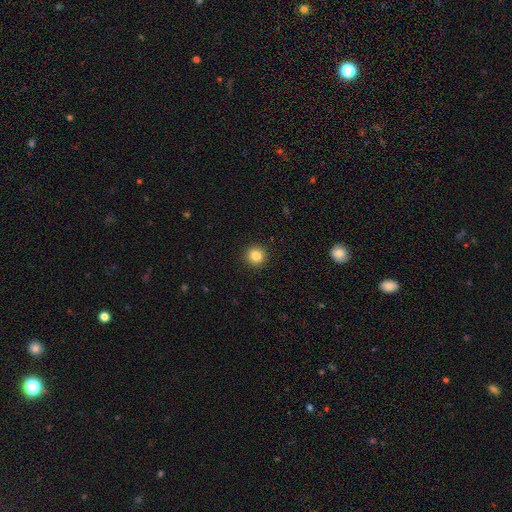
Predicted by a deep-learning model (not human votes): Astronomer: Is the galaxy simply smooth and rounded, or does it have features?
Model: smooth — 85%.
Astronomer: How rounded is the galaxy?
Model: round — 94%.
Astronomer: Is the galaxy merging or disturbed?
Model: none — 93%.